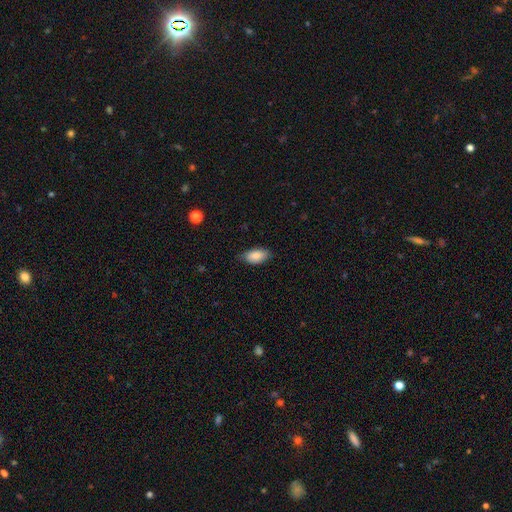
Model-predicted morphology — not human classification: The model was most divided on "merging": none: 77%, minor disturbance: 18%, major disturbance: 3%, merger: 1%. More confident: how rounded — in between (94%); smooth or featured — smooth (86%).